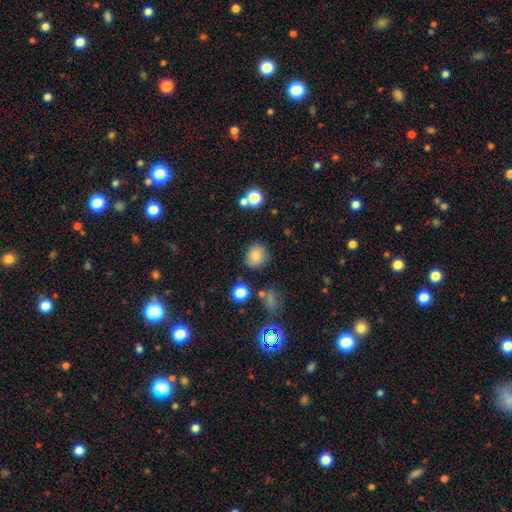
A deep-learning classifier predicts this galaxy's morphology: This appears to be a smooth galaxy with no disk features (81%) that is round (83%). Merging: none (80%).